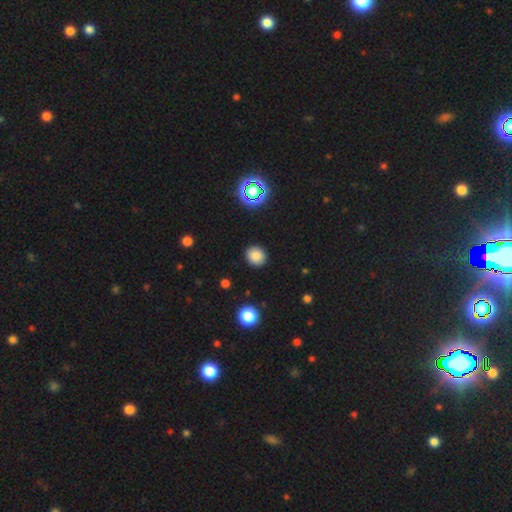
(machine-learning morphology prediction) A smooth galaxy with no disk features (82%) that is round (88%).

Vote fractions:
- Smooth or featured? smooth: 82% / star or artifact: 12% / featured or disk: 5%
- How rounded? round: 88% / in between: 11% / cigar-shaped: 1%
- Merging? none: 91% / minor disturbance: 6% / major disturbance: 2% / merger: 1%